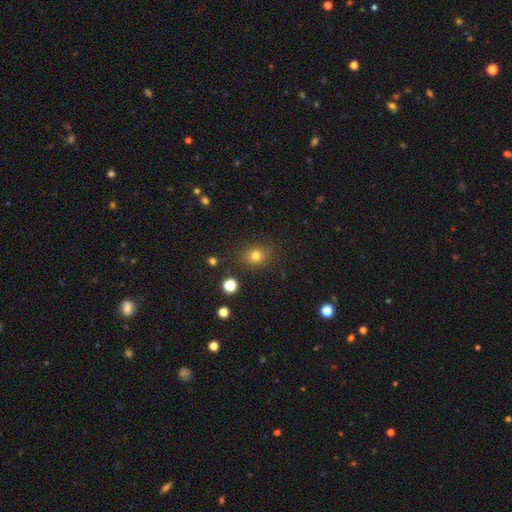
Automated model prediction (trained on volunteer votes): The model was most divided on "how rounded": round: 68%, in between: 31%, cigar-shaped: 1%. More confident: merging — none (85%); smooth or featured — smooth (78%).